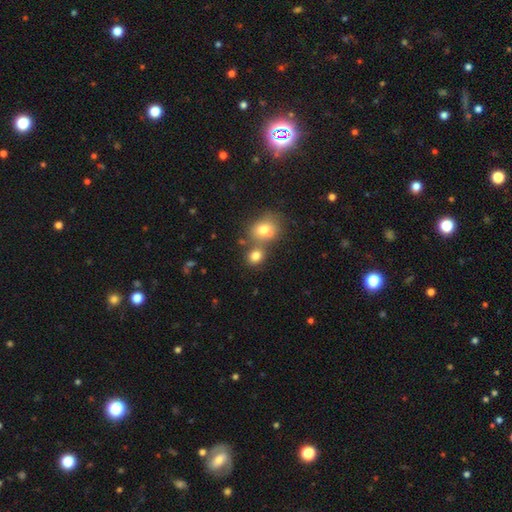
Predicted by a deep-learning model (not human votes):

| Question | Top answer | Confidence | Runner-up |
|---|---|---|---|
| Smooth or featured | smooth | 78% | star or artifact (13%) |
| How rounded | round | 61% | in between (37%) |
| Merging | none | 52% | merger (35%) |